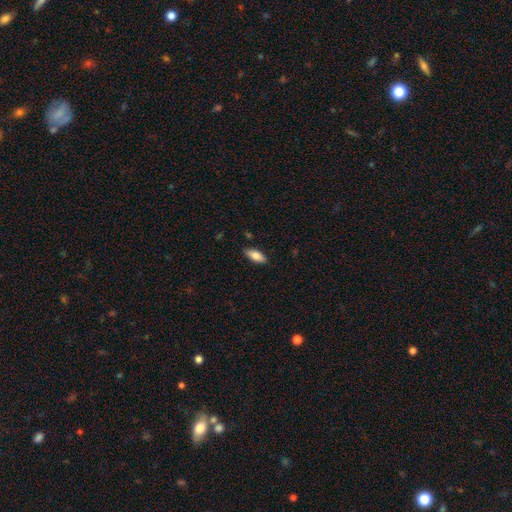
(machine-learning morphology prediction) smooth_or_featured: smooth (p=0.82) [alt: featured or disk p=0.12]
how_rounded: in between (p=0.82) [alt: cigar-shaped p=0.16]
merging: none (p=0.86) [alt: minor disturbance p=0.11]